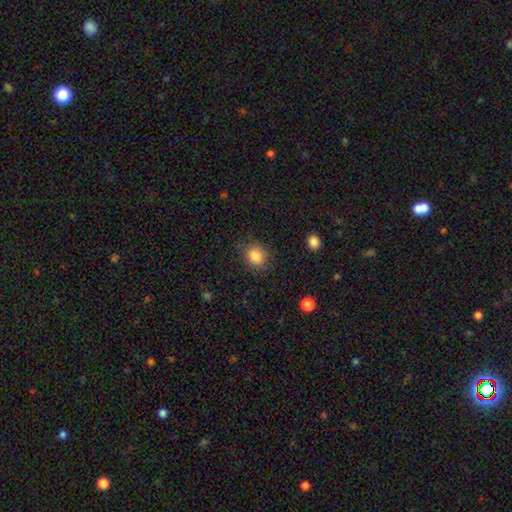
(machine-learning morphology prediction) This is clearly a smooth galaxy (85%). How rounded: likely round (65%). Merging: clearly none (84%).